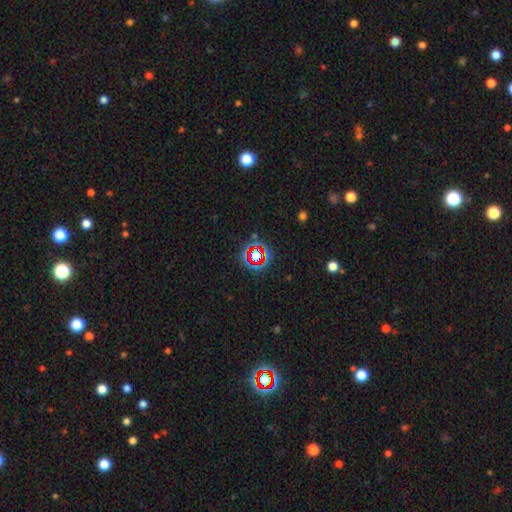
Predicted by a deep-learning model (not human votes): Overall: star or artifact (72%).